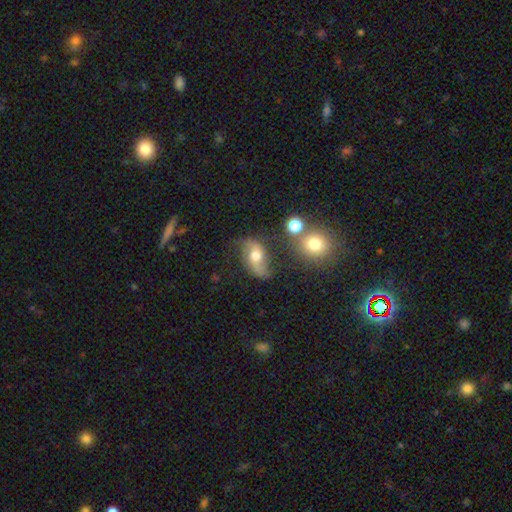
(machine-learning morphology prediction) smooth 44% (tied), featured or disk 44% (tied), star or artifact 12%. Down the decision tree: merging — none (50%).